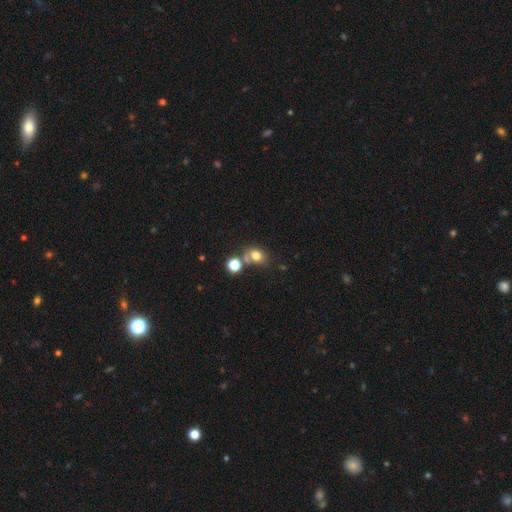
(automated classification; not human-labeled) A smooth galaxy with no disk features (75%) that is round (55%).

Vote fractions:
- Smooth or featured? smooth: 75% / star or artifact: 15% / featured or disk: 10%
- How rounded? round: 55% / in between: 44% / cigar-shaped: 1%
- Merging? none: 54% / merger: 27% / minor disturbance: 13% / major disturbance: 6%